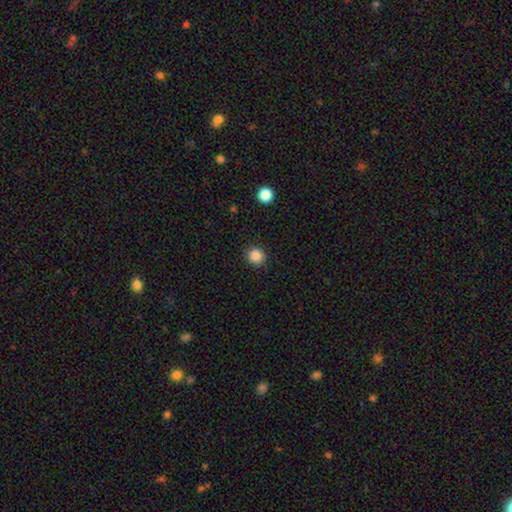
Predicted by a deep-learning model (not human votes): Smooth or featured?
  - smooth: 85% *
  - star or artifact: 11%
  - featured or disk: 4%
How rounded?
  - round: 91% *
  - in between: 8%
  - cigar-shaped: 1%
Merging?
  - none: 91% *
  - minor disturbance: 6%
  - major disturbance: 2%
  - merger: 1%